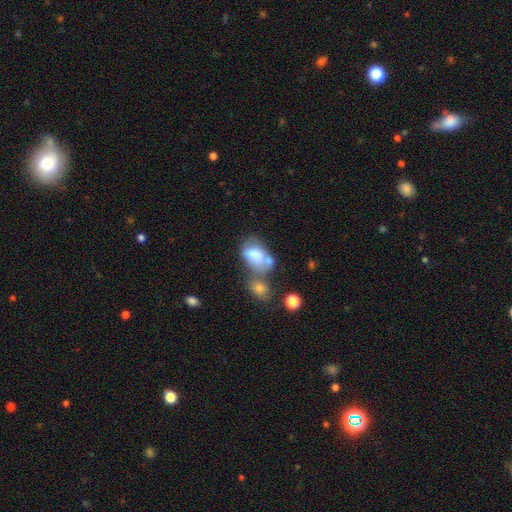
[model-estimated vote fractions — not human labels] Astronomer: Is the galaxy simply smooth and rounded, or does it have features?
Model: smooth — 72%.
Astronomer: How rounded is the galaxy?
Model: in between — 85%.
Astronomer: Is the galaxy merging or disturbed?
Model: merger — 44% (runner-up: none, 25%).